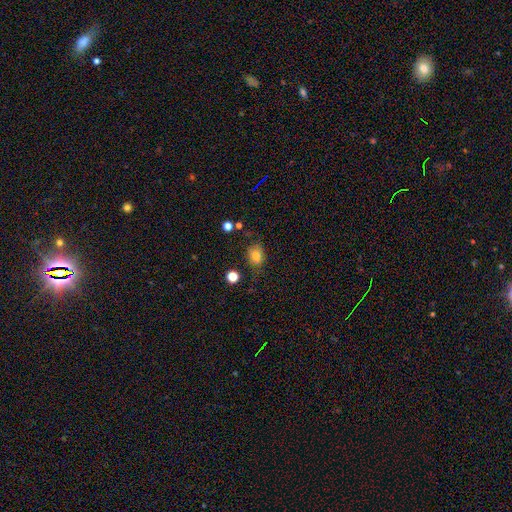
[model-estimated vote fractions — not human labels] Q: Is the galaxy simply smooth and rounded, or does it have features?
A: smooth — 77%.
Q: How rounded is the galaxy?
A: in between — 61%.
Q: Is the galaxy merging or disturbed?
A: none — 69%.